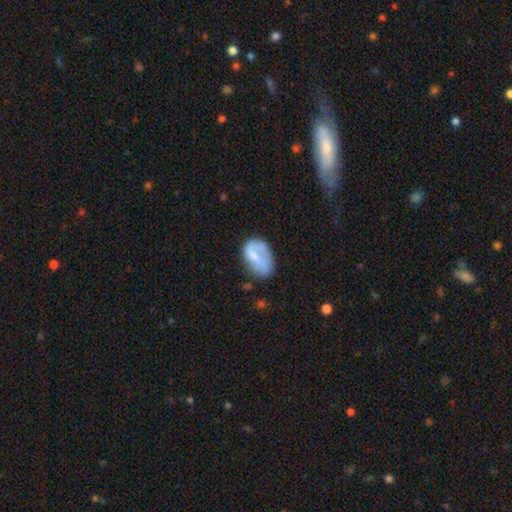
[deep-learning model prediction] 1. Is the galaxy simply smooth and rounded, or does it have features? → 54% smooth, 38% featured or disk, 7% star or artifact.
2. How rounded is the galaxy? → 85% in between, 13% round, 2% cigar-shaped.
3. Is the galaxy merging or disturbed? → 46% none, 31% minor disturbance, 19% major disturbance, 4% merger.